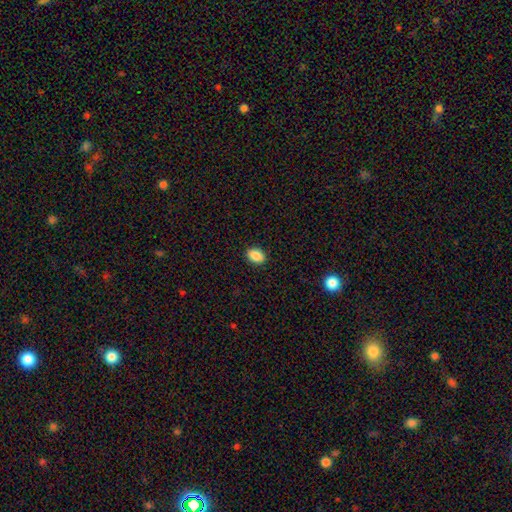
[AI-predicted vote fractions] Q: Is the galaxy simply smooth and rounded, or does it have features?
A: smooth — 88%.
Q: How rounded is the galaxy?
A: in between — 79%.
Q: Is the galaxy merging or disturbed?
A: none — 90%.